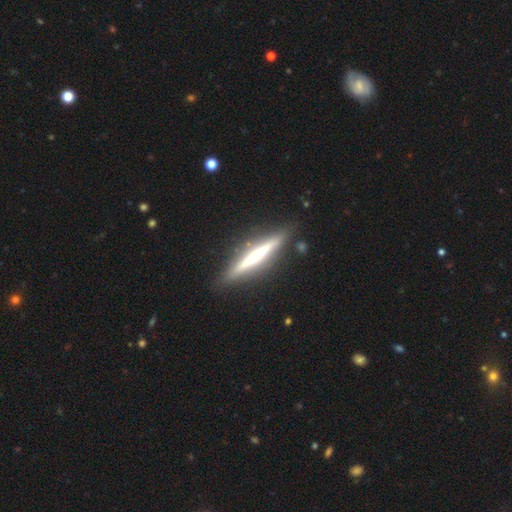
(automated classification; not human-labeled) Smooth or featured? Predicted: featured or disk (p=0.66). Edge-on disk? Predicted: yes (p=0.96). Edge-on bulge? Predicted: none (p=0.57). Merging? Predicted: none (p=0.88).